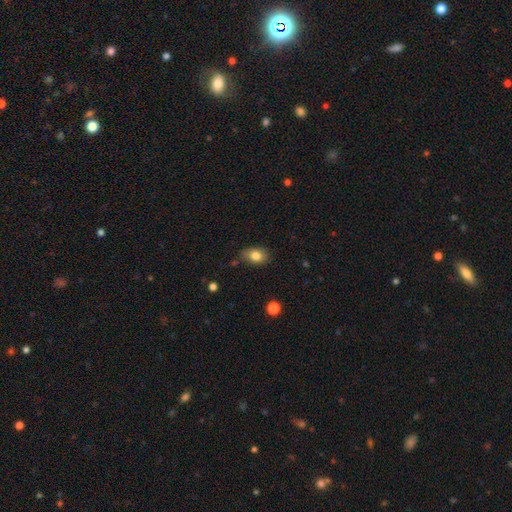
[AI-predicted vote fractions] Smooth or featured? smooth (82%)
How rounded? in between (80%)
Merging? none (71%)